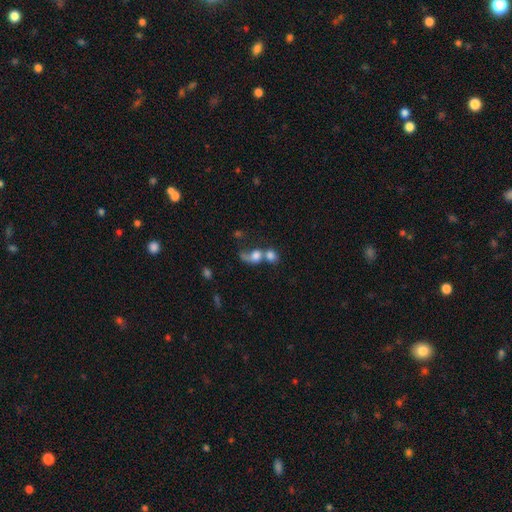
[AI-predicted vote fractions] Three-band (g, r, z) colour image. It shows a smooth galaxy with no disk features (67%) that is round (53%). Merging: merger (67%).